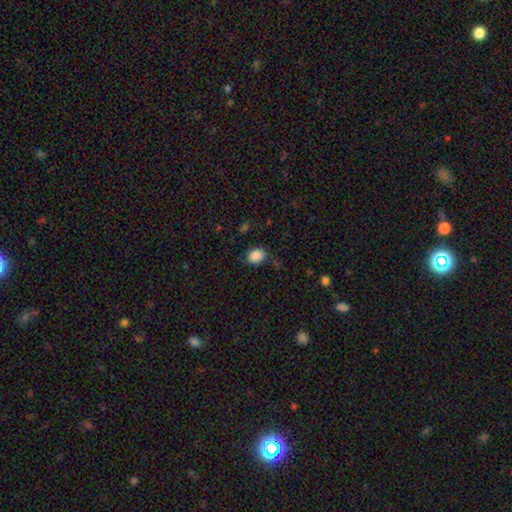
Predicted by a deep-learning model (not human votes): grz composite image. It shows a smooth galaxy with no disk features (86%) that is in between round and cigar-shaped (52%). Merging: none (73%).